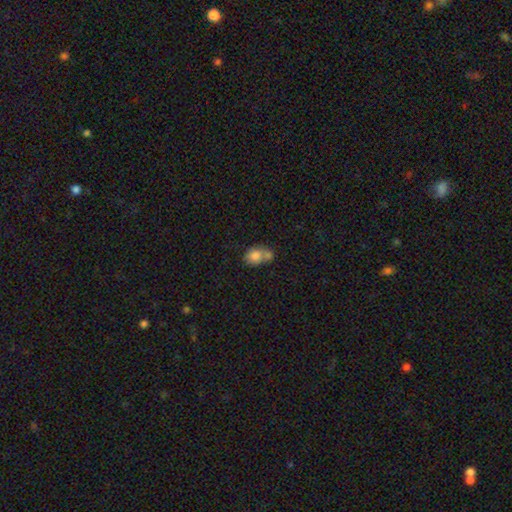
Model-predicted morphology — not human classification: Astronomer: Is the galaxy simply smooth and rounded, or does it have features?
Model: smooth — 78%.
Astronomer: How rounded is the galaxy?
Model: in between — 53% (runner-up: round, 46%).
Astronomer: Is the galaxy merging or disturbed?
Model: merger — 51% (runner-up: none, 30%).